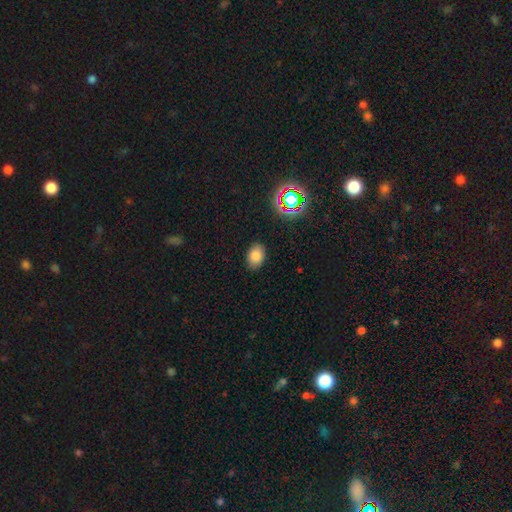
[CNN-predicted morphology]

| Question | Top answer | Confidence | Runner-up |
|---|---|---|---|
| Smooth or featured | smooth | 79% | star or artifact (13%) |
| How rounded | in between | 79% | round (20%) |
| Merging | none | 86% | minor disturbance (11%) |